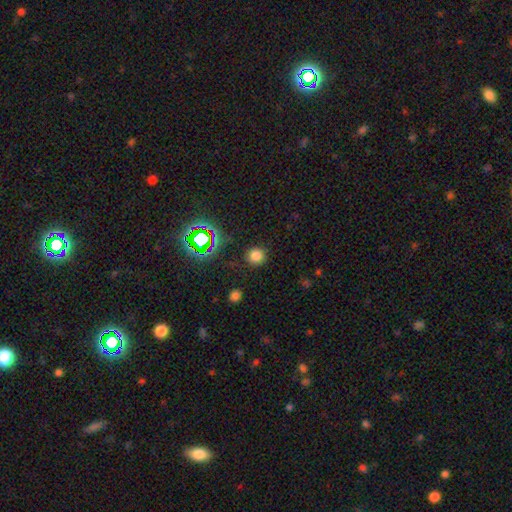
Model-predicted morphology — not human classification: Smooth or featured? Predicted: smooth (p=0.74). How rounded? Predicted: round (p=0.91). Merging? Predicted: none (p=0.87).